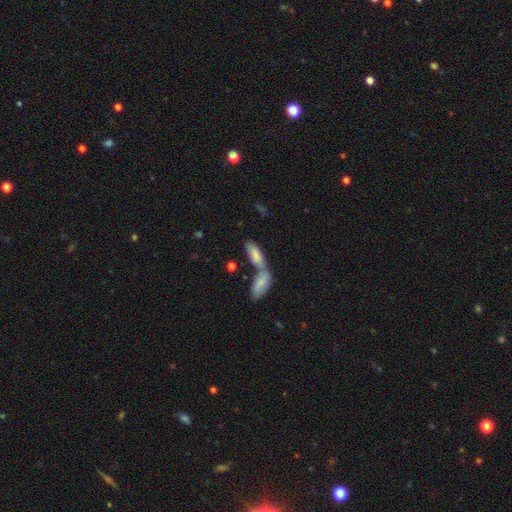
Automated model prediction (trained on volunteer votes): A smooth galaxy with no disk features (68%) that is in between round and cigar-shaped (63%). Merging: merger (62%).